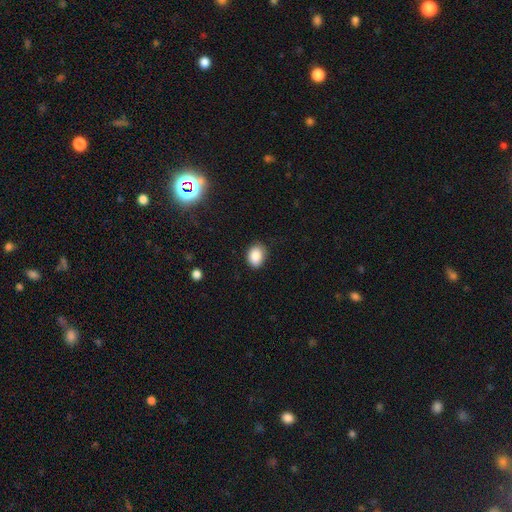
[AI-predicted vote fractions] This is clearly a smooth galaxy (87%). How rounded: likely in between (67%). Merging: clearly none (81%).